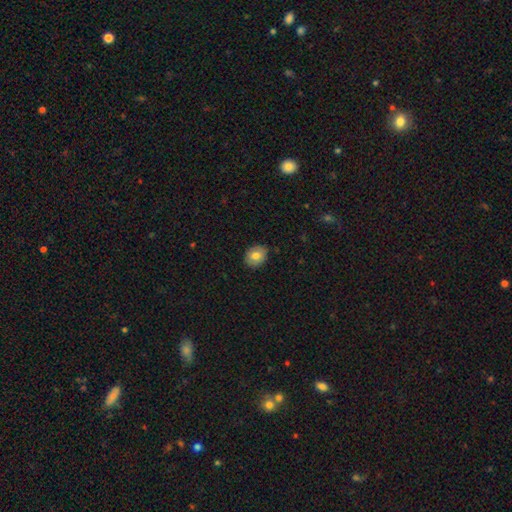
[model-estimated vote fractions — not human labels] smooth_or_featured: smooth (p=0.78) [alt: featured or disk p=0.14]
how_rounded: round (p=0.53) [alt: in between p=0.46]
merging: none (p=0.86) [alt: minor disturbance p=0.11]